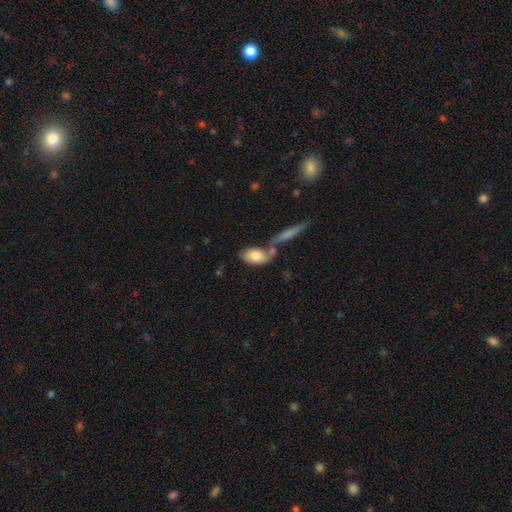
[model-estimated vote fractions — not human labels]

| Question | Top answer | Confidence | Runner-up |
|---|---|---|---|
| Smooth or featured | smooth | 77% | featured or disk (16%) |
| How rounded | in between | 89% | cigar-shaped (6%) |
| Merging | none | 49% | merger (33%) |